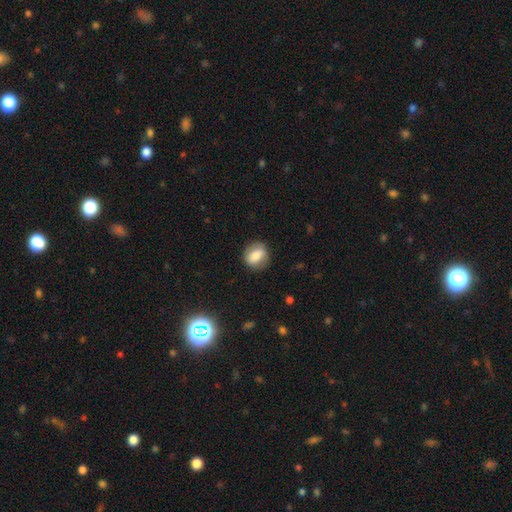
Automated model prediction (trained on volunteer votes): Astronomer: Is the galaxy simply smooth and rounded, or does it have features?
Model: smooth — 70%.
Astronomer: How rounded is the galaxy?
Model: round — 57% (runner-up: in between, 41%).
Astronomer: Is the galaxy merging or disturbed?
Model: none — 83%.